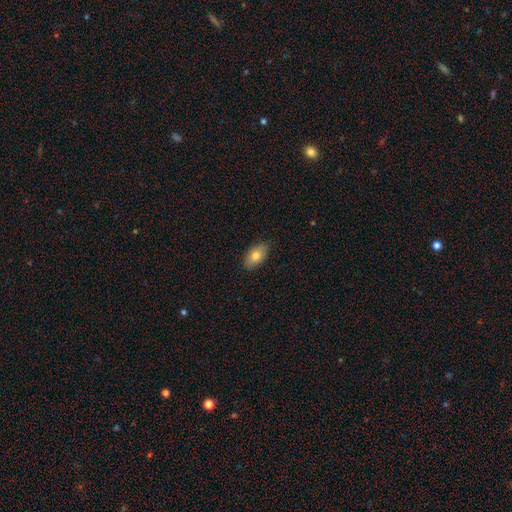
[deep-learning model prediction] Overall: smooth (76%). How rounded: in between (91%). Merging: none (86%).